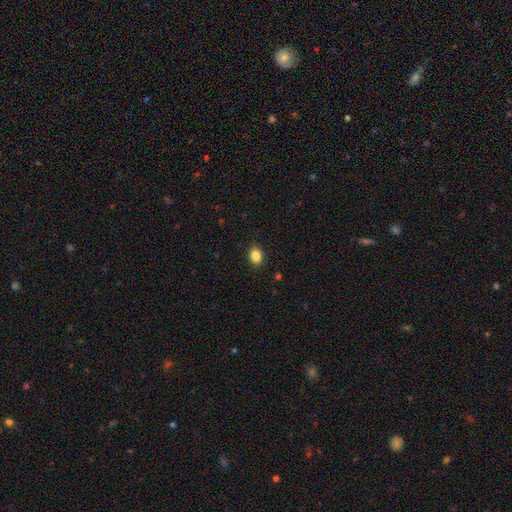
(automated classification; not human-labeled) A smooth galaxy with no disk features (85%) that is in between round and cigar-shaped (53%).

Vote fractions:
- Smooth or featured? smooth: 85% / star or artifact: 10% / featured or disk: 4%
- How rounded? in between: 53% / round: 46% / cigar-shaped: 1%
- Merging? none: 90% / minor disturbance: 7% / major disturbance: 2% / merger: 1%